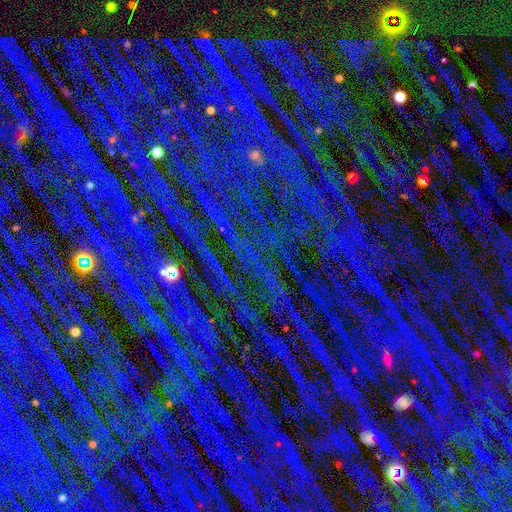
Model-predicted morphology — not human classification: A star or artifact, not a galaxy (84%).